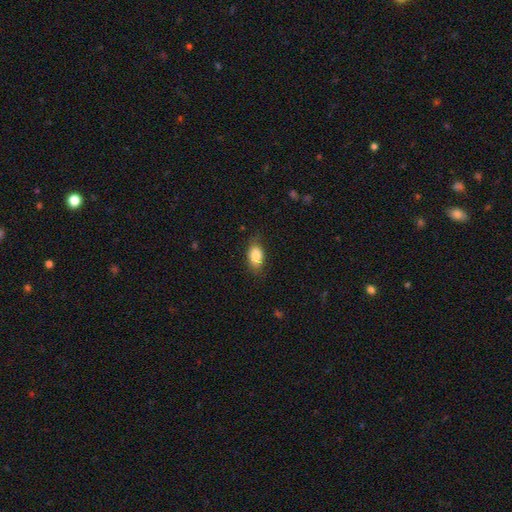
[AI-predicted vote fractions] A smooth galaxy with no disk features (86%) that is in between round and cigar-shaped (90%).

Vote fractions:
- Smooth or featured? smooth: 86% / star or artifact: 7% / featured or disk: 7%
- How rounded? in between: 90% / round: 8% / cigar-shaped: 3%
- Merging? none: 74% / minor disturbance: 20% / major disturbance: 5% / merger: 1%